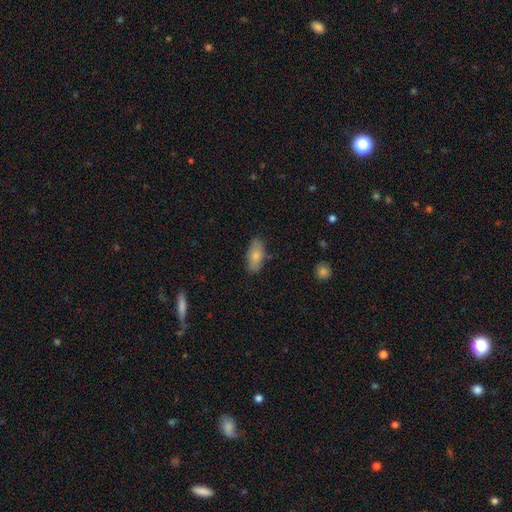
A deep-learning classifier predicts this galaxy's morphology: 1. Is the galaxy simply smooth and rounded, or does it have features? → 80% smooth, 14% featured or disk, 6% star or artifact.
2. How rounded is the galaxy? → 89% in between, 9% cigar-shaped, 3% round.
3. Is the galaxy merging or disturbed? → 81% none, 14% minor disturbance, 3% major disturbance, 2% merger.